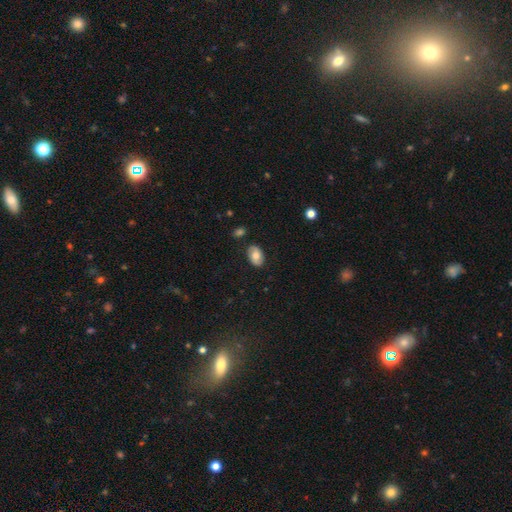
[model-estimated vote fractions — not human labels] Smooth or featured? smooth (73%)
How rounded? in between (91%)
Merging? none (83%)